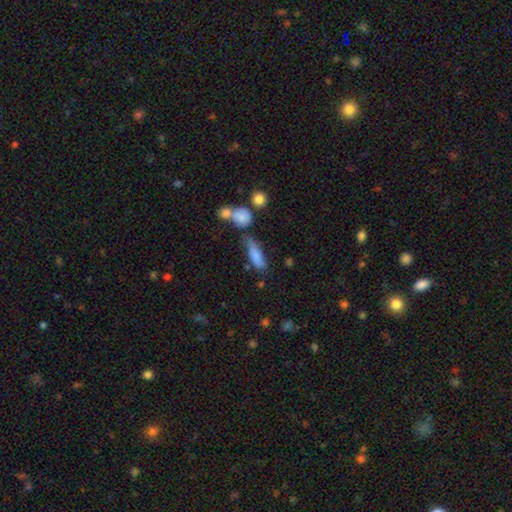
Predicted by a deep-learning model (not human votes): A smooth galaxy with no disk features (79%) that is in between round and cigar-shaped (51%). Merging: none (49%).